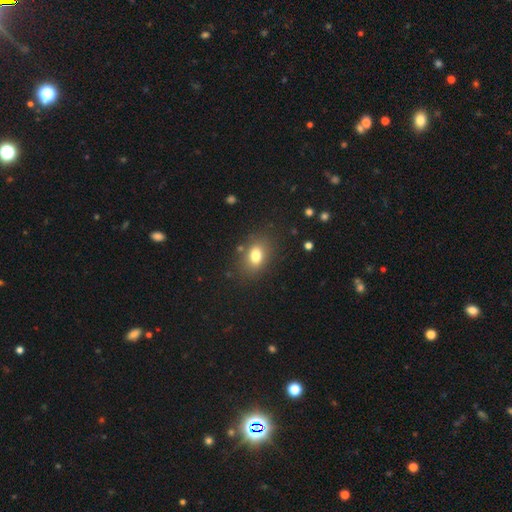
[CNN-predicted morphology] A smooth galaxy with no disk features (78%) that is in between round and cigar-shaped (74%).

Vote fractions:
- Smooth or featured? smooth: 78% / star or artifact: 11% / featured or disk: 10%
- How rounded? in between: 74% / round: 25% / cigar-shaped: 1%
- Merging? none: 81% / minor disturbance: 12% / major disturbance: 4% / merger: 3%